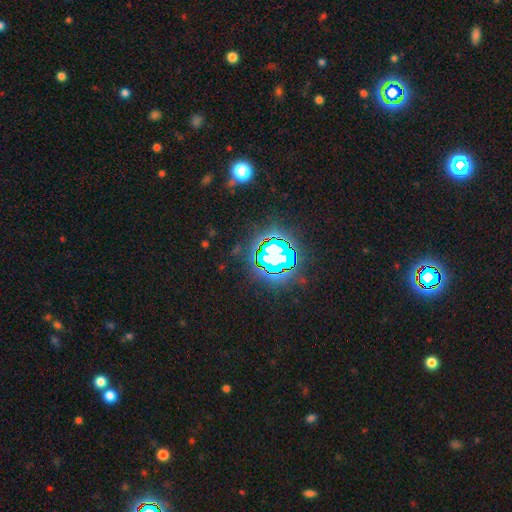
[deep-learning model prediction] Overall: star or artifact (82%).